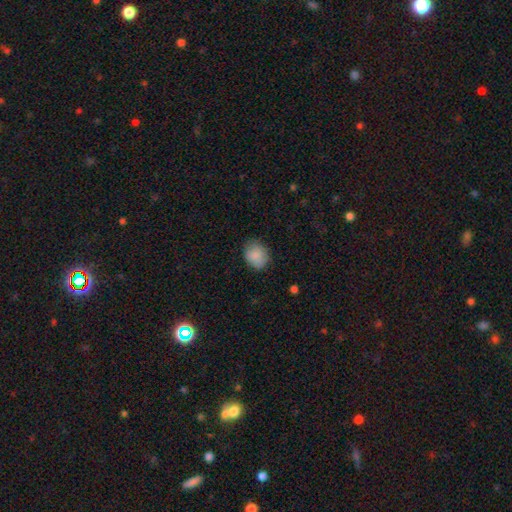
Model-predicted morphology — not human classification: A smooth galaxy with no disk features (86%) that is in between round and cigar-shaped (50%). Merging: none (78%).